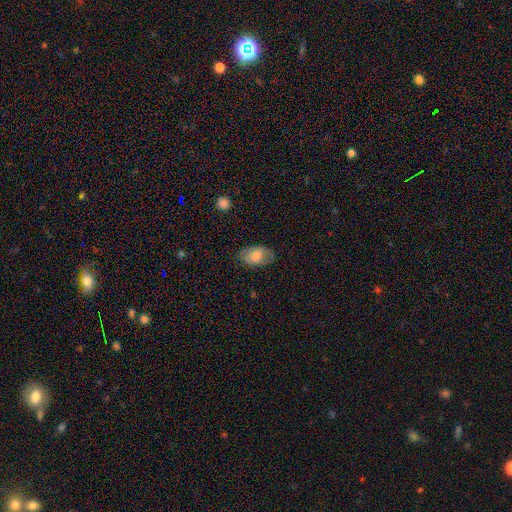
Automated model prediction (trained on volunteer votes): smooth-or-featured: smooth: 70% | featured or disk: 23% | star or artifact: 7%
  how-rounded: in between: 89% | round: 9% | cigar-shaped: 2%
  merging: none: 73% | minor disturbance: 20% | major disturbance: 6% | merger: 1%